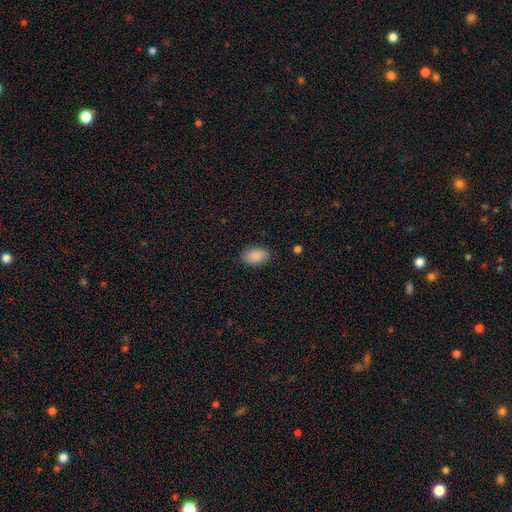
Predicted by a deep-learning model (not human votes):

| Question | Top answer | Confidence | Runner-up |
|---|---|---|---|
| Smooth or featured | smooth | 89% | star or artifact (7%) |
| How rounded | in between | 88% | round (11%) |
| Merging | none | 87% | minor disturbance (10%) |